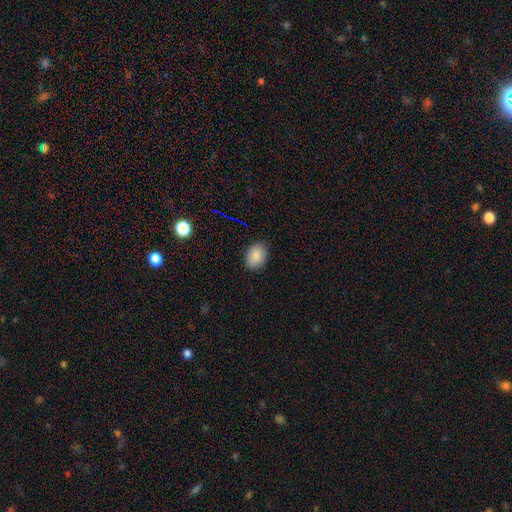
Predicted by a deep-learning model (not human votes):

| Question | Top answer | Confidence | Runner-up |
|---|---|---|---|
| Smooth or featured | smooth | 87% | star or artifact (8%) |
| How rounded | in between | 79% | round (20%) |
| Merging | none | 87% | minor disturbance (10%) |